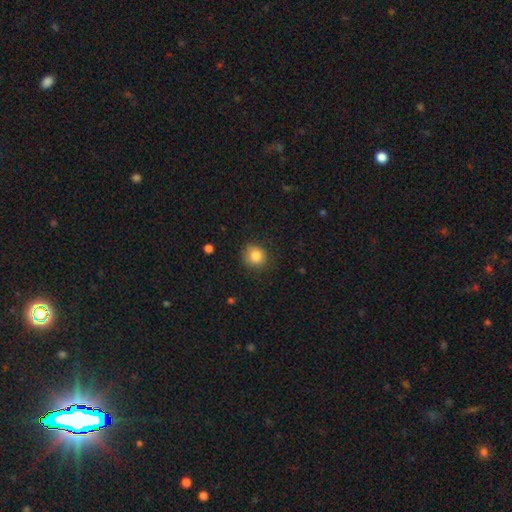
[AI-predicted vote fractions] Morphology: type=smooth (84%); roundness=round (86%); merging=none (82%).